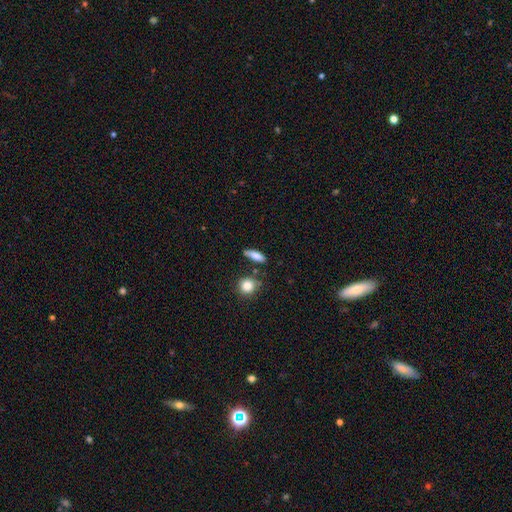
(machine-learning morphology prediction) smooth-or-featured: smooth: 81% | featured or disk: 11% | star or artifact: 8%
  how-rounded: in between: 47% | cigar-shaped: 45% | round: 8%
  merging: none: 69% | minor disturbance: 19% | merger: 7% | major disturbance: 5%